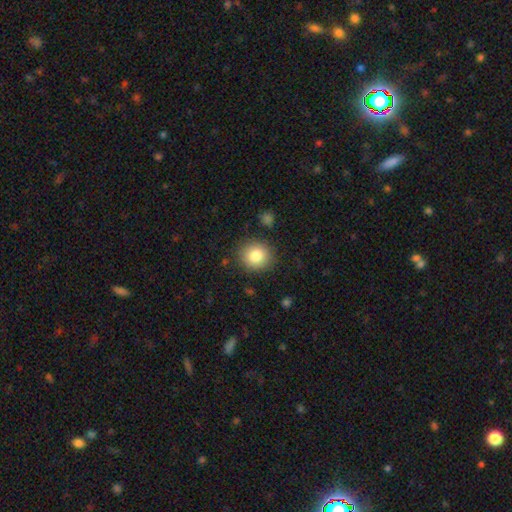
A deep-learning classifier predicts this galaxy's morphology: The model was most divided on "smooth or featured": smooth: 83%, star or artifact: 9%, featured or disk: 8%. More confident: merging — none (87%); how rounded — round (87%).